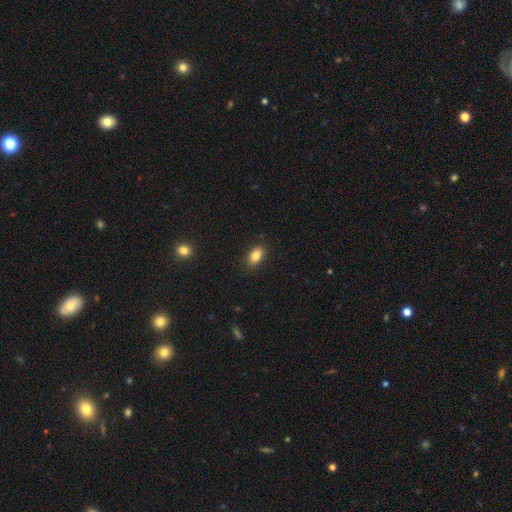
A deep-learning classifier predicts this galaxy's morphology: type=smooth (84%); roundness=in between (87%); merging=none (88%).